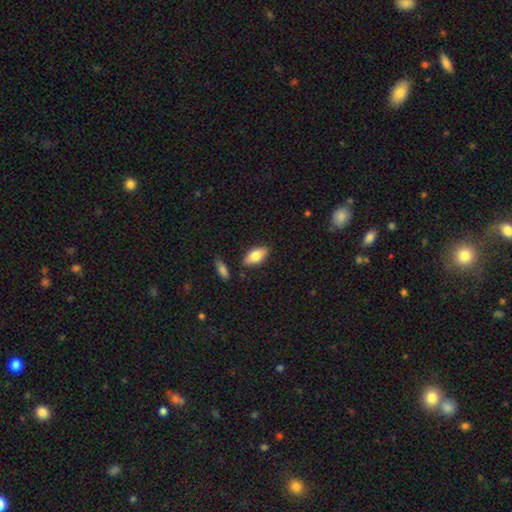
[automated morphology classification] smooth-or-featured: smooth: 77% | featured or disk: 16% | star or artifact: 6%
  how-rounded: in between: 88% | cigar-shaped: 9% | round: 3%
  merging: none: 82% | minor disturbance: 12% | merger: 4% | major disturbance: 2%